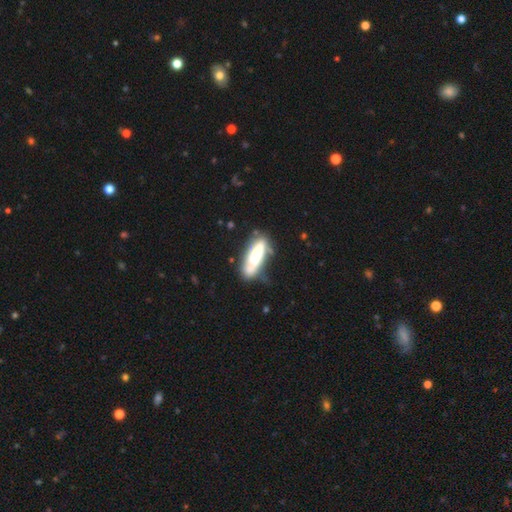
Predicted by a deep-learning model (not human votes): This is likely a smooth galaxy (60%). How rounded: possibly cigar-shaped (53%). Merging: possibly none (55%).